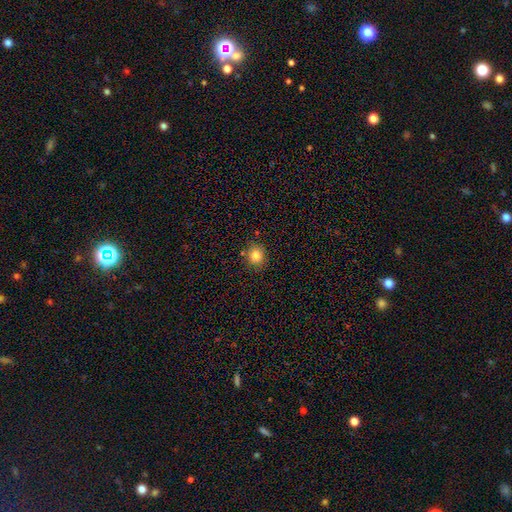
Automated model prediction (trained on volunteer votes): Smooth or featured?
  - smooth: 82% *
  - star or artifact: 12%
  - featured or disk: 7%
How rounded?
  - round: 82% *
  - in between: 18%
  - cigar-shaped: 1%
Merging?
  - none: 86% *
  - minor disturbance: 9%
  - merger: 3%
  - major disturbance: 2%